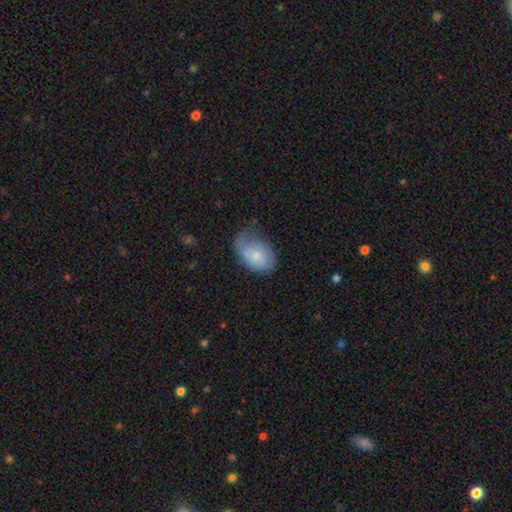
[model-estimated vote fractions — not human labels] smooth-or-featured: smooth: 67% | featured or disk: 26% | star or artifact: 7%
  how-rounded: in between: 86% | round: 13% | cigar-shaped: 1%
  merging: minor disturbance: 38% | none: 37% | major disturbance: 19% | merger: 5%